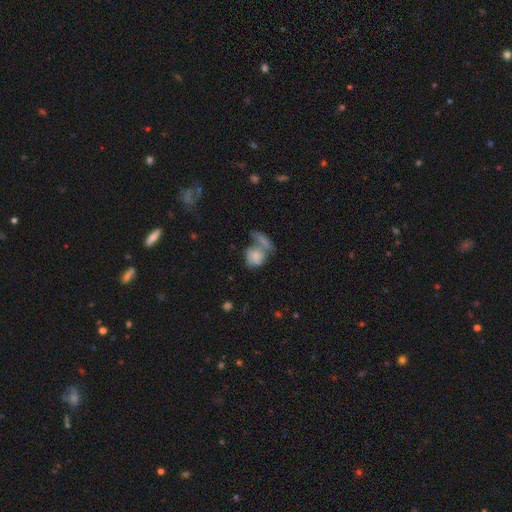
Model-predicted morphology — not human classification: Smooth or featured?
  - smooth: 70% *
  - featured or disk: 21%
  - star or artifact: 9%
How rounded?
  - round: 53% *
  - in between: 44%
  - cigar-shaped: 3%
Merging?
  - merger: 52% *
  - none: 25%
  - minor disturbance: 12%
  - major disturbance: 11%